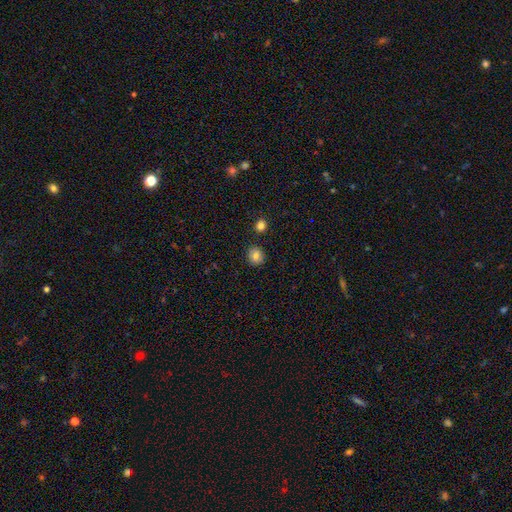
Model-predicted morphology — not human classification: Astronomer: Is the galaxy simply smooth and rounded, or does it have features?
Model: smooth — 82%.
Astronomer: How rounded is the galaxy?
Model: round — 83%.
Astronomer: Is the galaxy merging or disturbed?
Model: none — 88%.